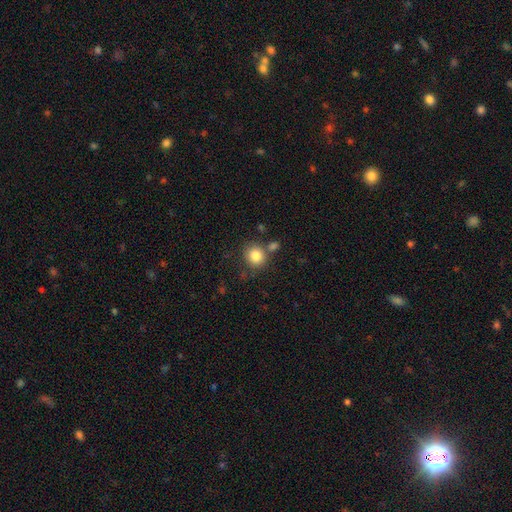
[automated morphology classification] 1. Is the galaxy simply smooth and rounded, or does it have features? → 83% smooth, 10% star or artifact, 7% featured or disk.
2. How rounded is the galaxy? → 84% round, 15% in between, 1% cigar-shaped.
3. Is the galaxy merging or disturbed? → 73% none, 13% merger, 11% minor disturbance, 4% major disturbance.